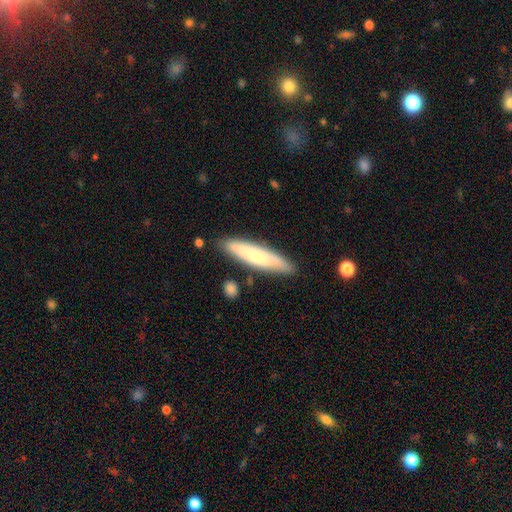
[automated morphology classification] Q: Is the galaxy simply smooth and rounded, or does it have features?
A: smooth — 60%.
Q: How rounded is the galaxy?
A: cigar-shaped — 79%.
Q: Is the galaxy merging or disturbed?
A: none — 83%.